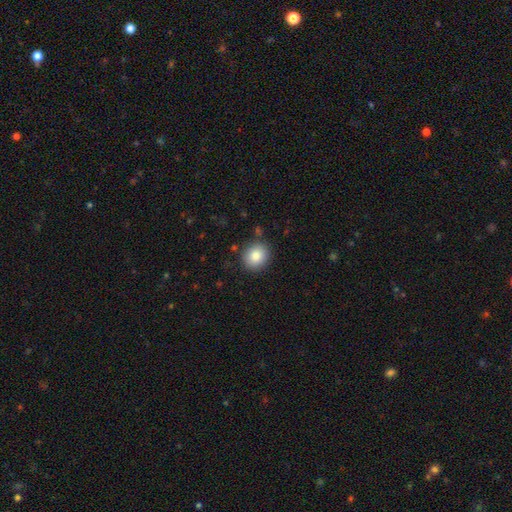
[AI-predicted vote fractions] The model was most divided on "how rounded": round: 82%, in between: 17%, cigar-shaped: 1%. More confident: merging — none (87%); smooth or featured — smooth (85%).